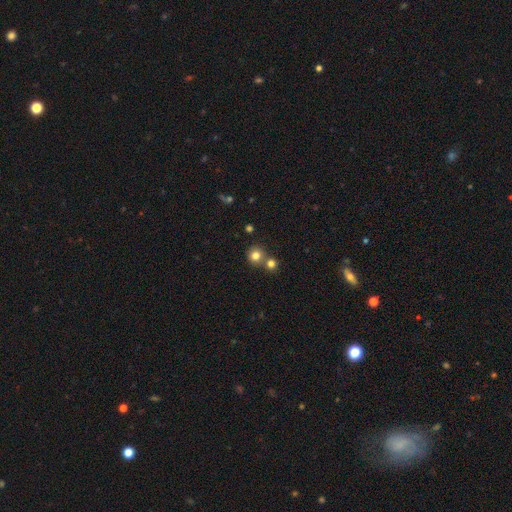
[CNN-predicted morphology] Smooth or featured: smooth — 80% (star or artifact — 13%)
How rounded: round — 89% (in between — 10%)
Merging: none — 64% (merger — 27%)